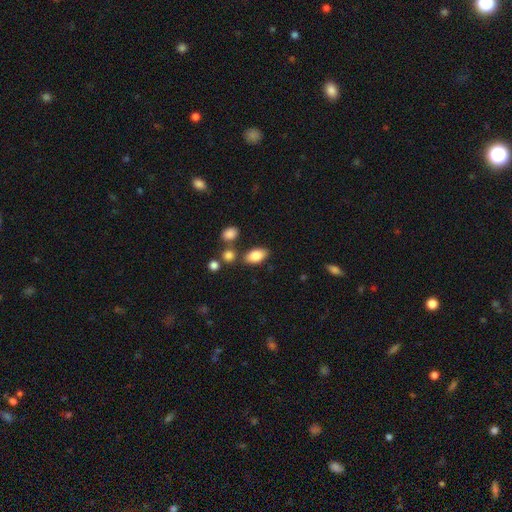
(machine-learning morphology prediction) Smooth or featured? smooth (83%)
How rounded? in between (91%)
Merging? none (76%)